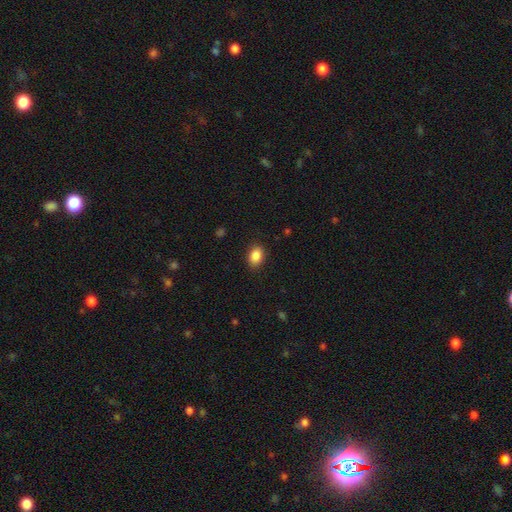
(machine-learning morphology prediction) Smooth or featured? smooth (88%)
How rounded? in between (76%)
Merging? none (88%)